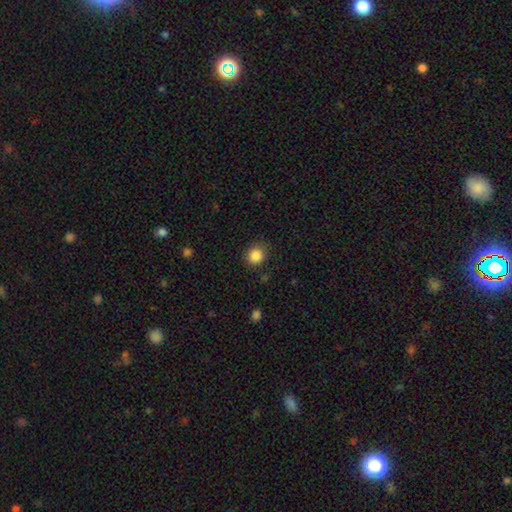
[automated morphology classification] A smooth galaxy with no disk features (86%) that is round (82%). Merging: none (86%).